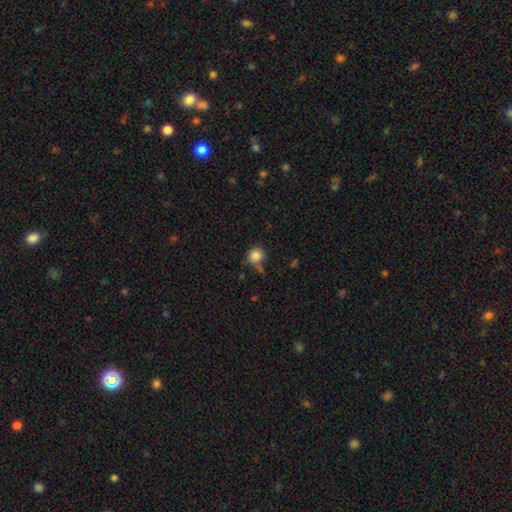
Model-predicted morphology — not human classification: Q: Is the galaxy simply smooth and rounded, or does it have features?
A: smooth — 84%.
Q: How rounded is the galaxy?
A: round — 91%.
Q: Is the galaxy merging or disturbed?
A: none — 64%.